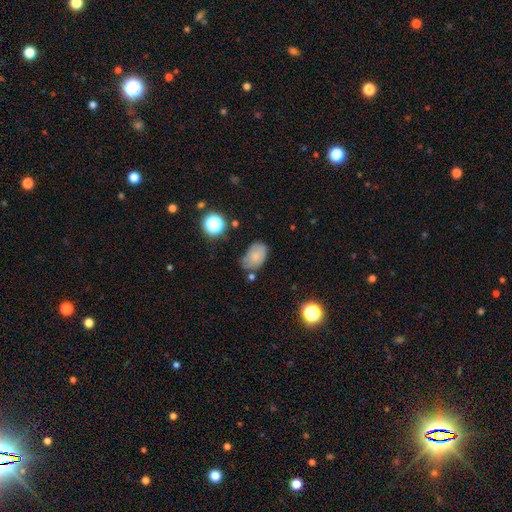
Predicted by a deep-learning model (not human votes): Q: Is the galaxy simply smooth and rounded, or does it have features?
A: smooth — 75%.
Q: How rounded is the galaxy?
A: in between — 85%.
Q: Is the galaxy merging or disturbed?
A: none — 56%.